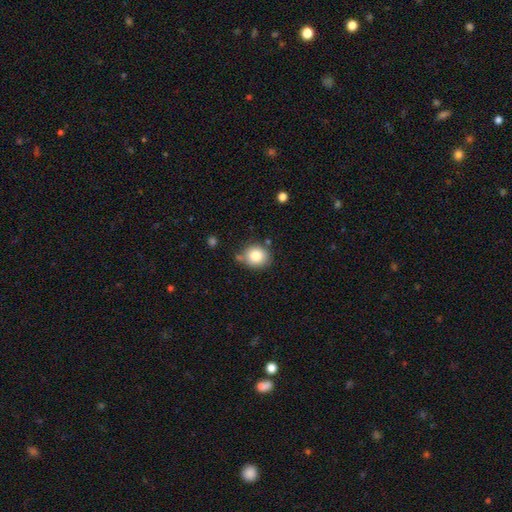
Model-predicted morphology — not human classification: smooth-or-featured: smooth: 83% | star or artifact: 9% | featured or disk: 8%
  how-rounded: round: 75% | in between: 24% | cigar-shaped: 1%
  merging: none: 73% | minor disturbance: 17% | merger: 7% | major disturbance: 4%